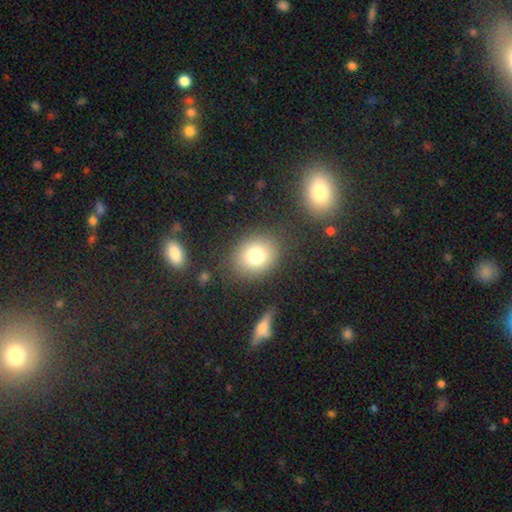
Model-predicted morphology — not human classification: Overall: smooth (77%). How rounded: round (63%; in between 35%). Merging: none (82%).